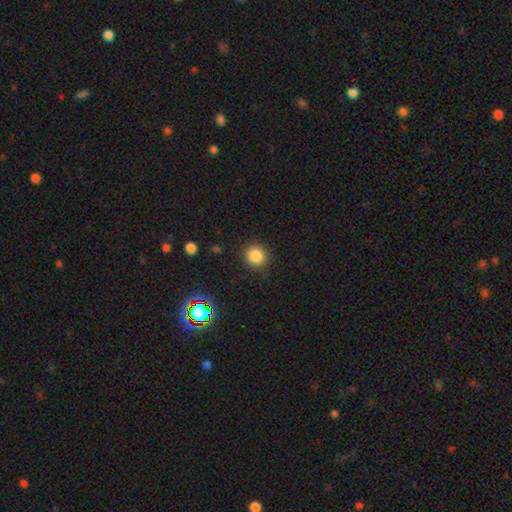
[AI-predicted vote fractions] A smooth galaxy with no disk features (83%) that is round (89%). Merging: none (89%).